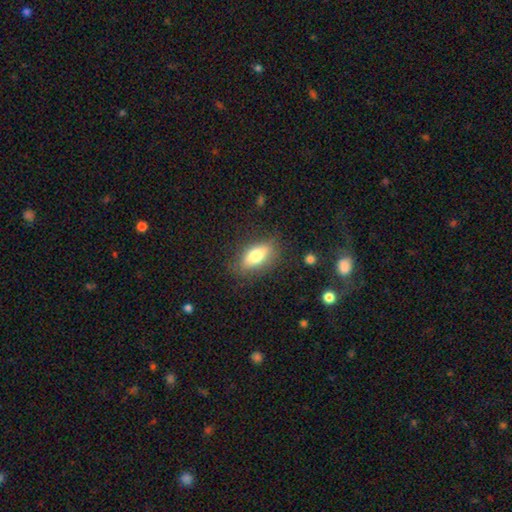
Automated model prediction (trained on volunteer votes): Morphology: type=smooth (75%); roundness=in between (82%); merging=none (79%).